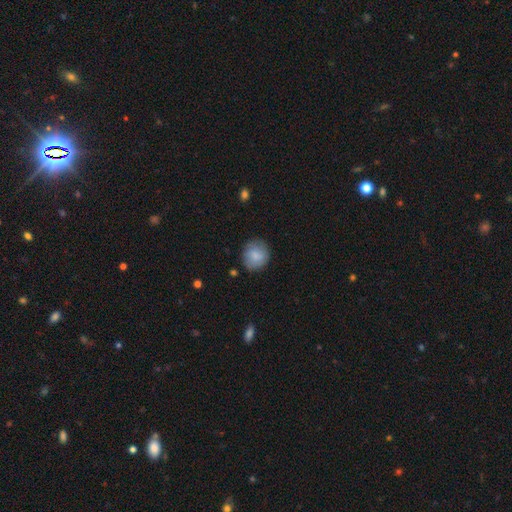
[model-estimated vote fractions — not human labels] smooth_or_featured: smooth (p=0.78) [alt: featured or disk p=0.15]
how_rounded: round (p=0.83) [alt: in between p=0.16]
merging: none (p=0.78) [alt: minor disturbance p=0.16]